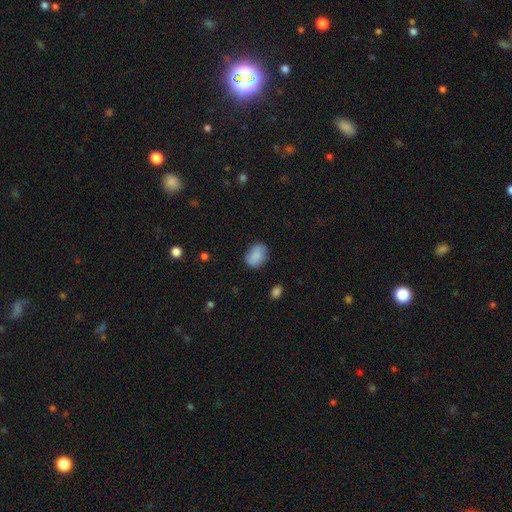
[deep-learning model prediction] This is clearly a smooth galaxy (84%). How rounded: likely in between (68%). Merging: likely none (73%).